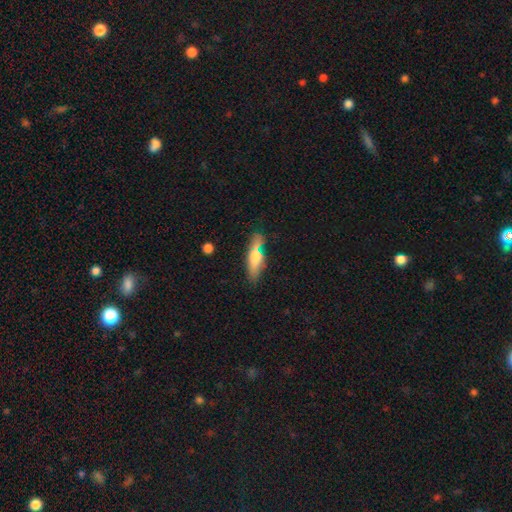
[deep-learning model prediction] smooth 63%, featured or disk 30%, star or artifact 8%. Down the decision tree: how rounded — cigar-shaped (58%); merging — none (68%).